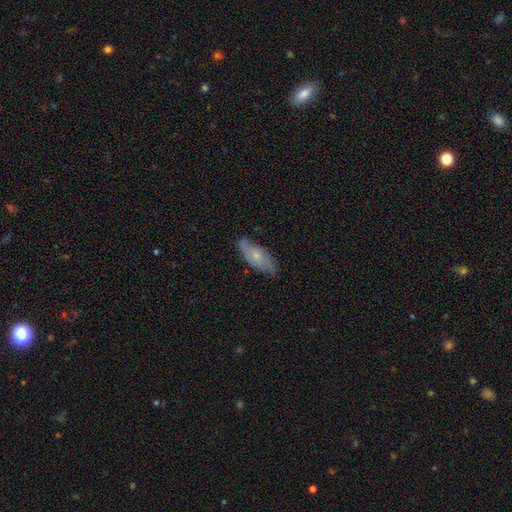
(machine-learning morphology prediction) Smooth or featured?
  - smooth: 49% *
  - featured or disk: 44%
  - star or artifact: 6%
Merging?
  - none: 71% *
  - minor disturbance: 23%
  - major disturbance: 4%
  - merger: 1%